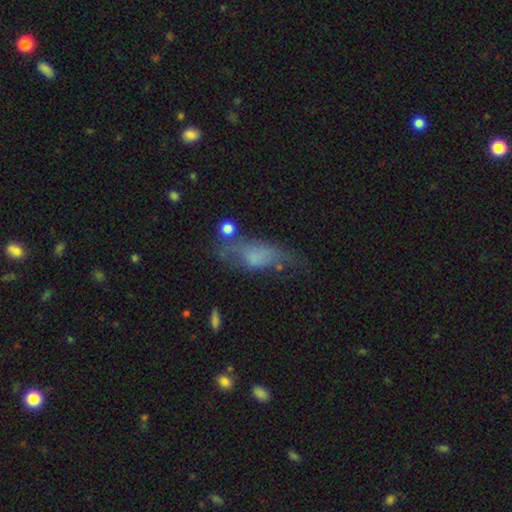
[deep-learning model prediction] smooth_or_featured: smooth (p=0.52) [alt: featured or disk p=0.36]
how_rounded: in between (p=0.71) [alt: cigar-shaped p=0.23]
merging: none (p=0.33) [alt: major disturbance p=0.32]